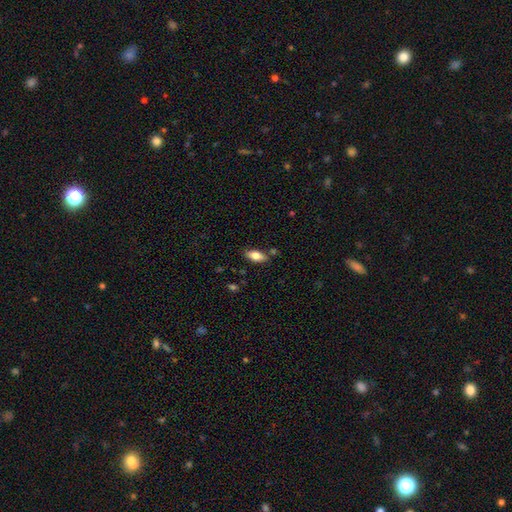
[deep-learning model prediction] This appears to be a smooth galaxy with no disk features (75%) that is in between round and cigar-shaped (85%). Merging: none (80%).